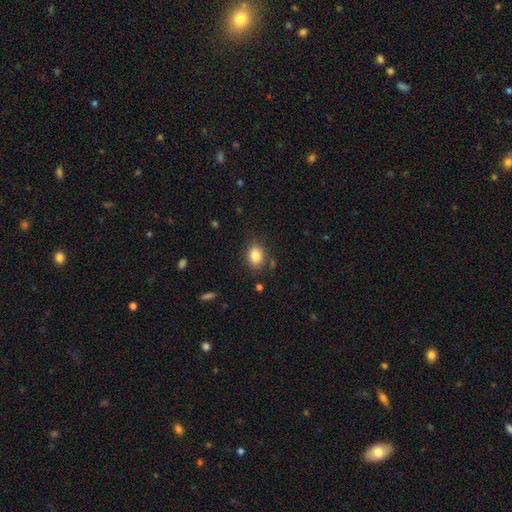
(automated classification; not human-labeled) Morphology: type=smooth (84%); roundness=in between (77%); merging=none (81%).